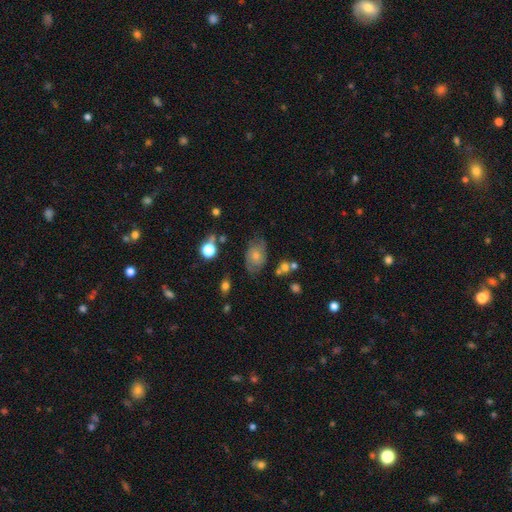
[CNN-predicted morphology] Overall: smooth (47%; featured or disk 43%). Merging: none (61%; minor disturbance 25%).